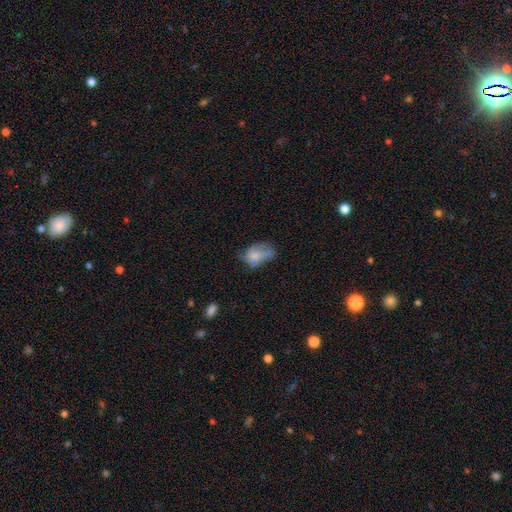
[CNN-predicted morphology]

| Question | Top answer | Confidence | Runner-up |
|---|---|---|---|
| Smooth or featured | smooth | 64% | featured or disk (26%) |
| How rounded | in between | 83% | round (16%) |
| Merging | minor disturbance | 33% | major disturbance (32%) |